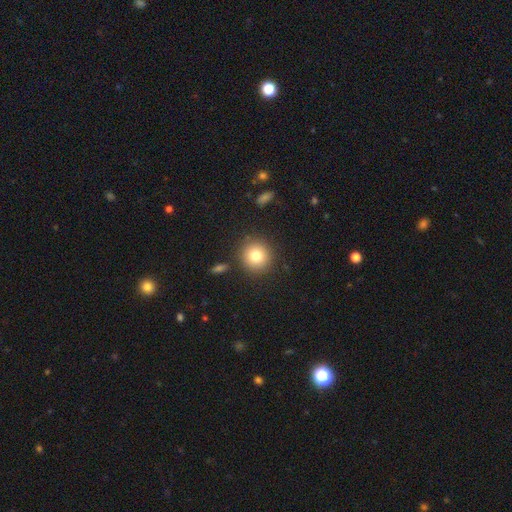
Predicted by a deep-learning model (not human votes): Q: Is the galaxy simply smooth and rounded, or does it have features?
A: smooth — 79%.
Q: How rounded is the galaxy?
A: round — 93%.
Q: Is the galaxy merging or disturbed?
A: none — 88%.